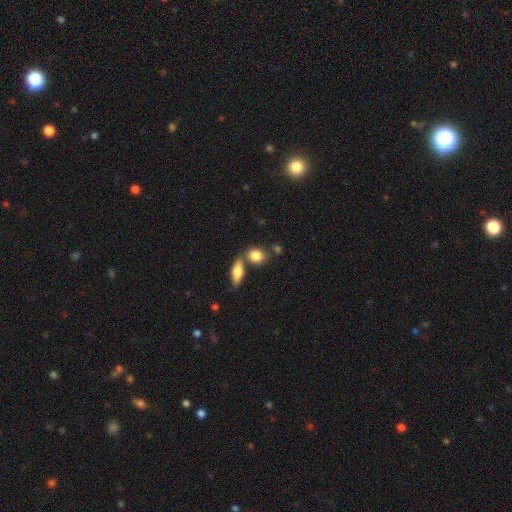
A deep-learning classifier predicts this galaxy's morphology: type=smooth (84%); roundness=in between (53%); merging=none (57%).